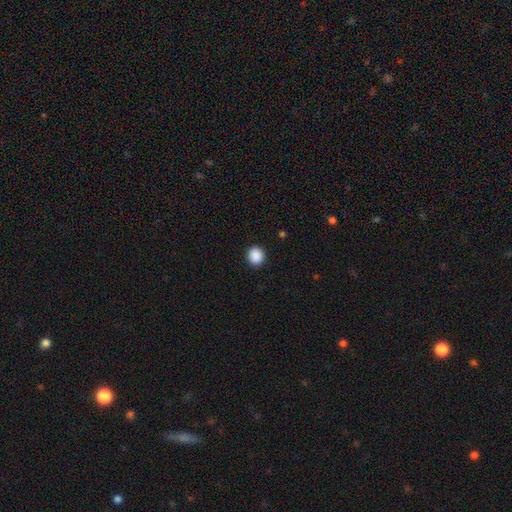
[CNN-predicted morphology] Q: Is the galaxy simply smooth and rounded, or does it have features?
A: smooth — 89%.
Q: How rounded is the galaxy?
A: round — 85%.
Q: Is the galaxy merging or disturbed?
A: none — 92%.